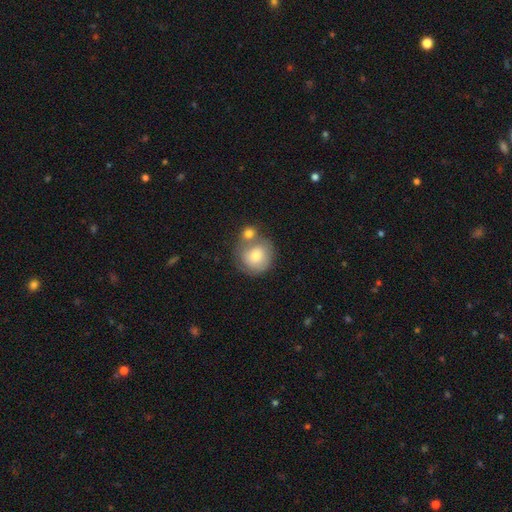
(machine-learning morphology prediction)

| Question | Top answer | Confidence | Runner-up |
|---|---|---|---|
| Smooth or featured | smooth | 71% | featured or disk (22%) |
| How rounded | round | 87% | in between (12%) |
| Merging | none | 41% | merger (40%) |